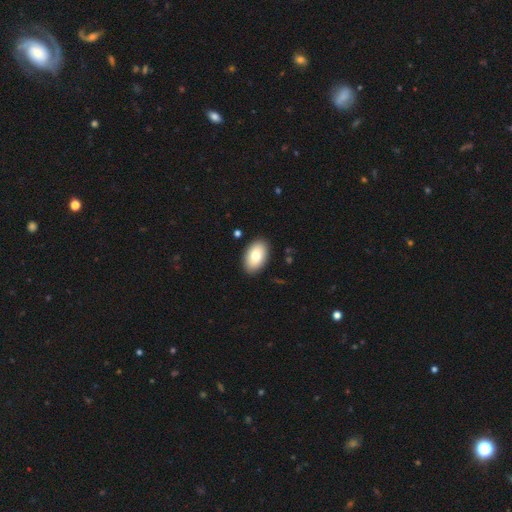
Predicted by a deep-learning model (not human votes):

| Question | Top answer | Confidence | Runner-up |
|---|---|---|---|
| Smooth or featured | smooth | 81% | featured or disk (13%) |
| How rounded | in between | 94% | round (5%) |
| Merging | none | 89% | minor disturbance (8%) |